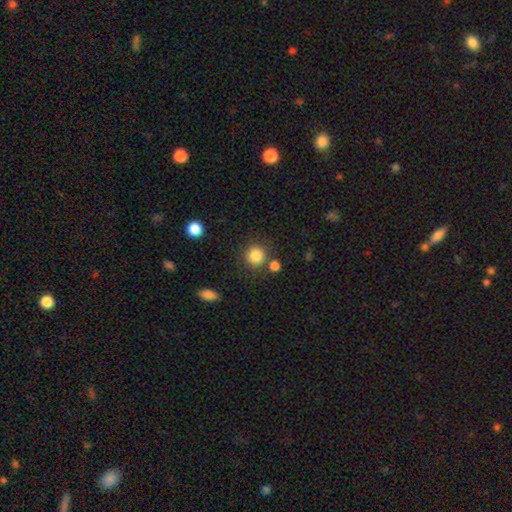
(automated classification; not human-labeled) A smooth galaxy with no disk features (85%) that is round (89%).

Vote fractions:
- Smooth or featured? smooth: 85% / star or artifact: 11% / featured or disk: 5%
- How rounded? round: 89% / in between: 10% / cigar-shaped: 1%
- Merging? none: 77% / merger: 10% / minor disturbance: 9% / major disturbance: 4%